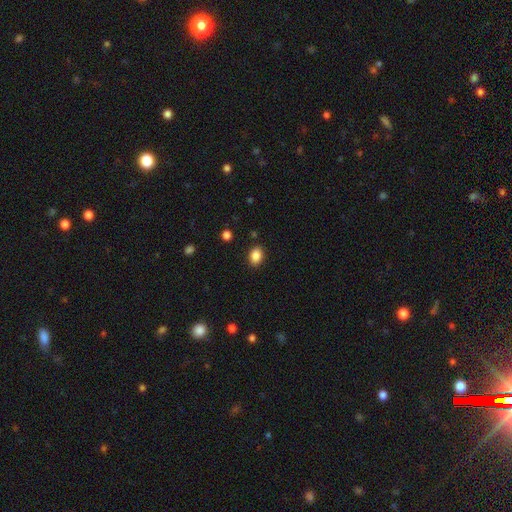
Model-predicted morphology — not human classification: type=smooth (87%); roundness=in between (74%); merging=none (88%).